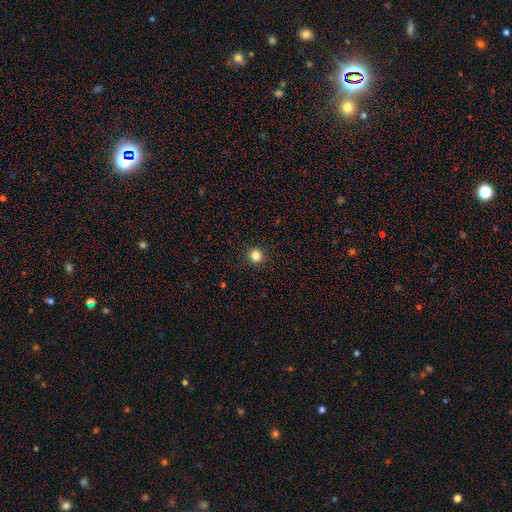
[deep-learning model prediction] Overall: smooth (83%). How rounded: round (91%). Merging: none (92%).